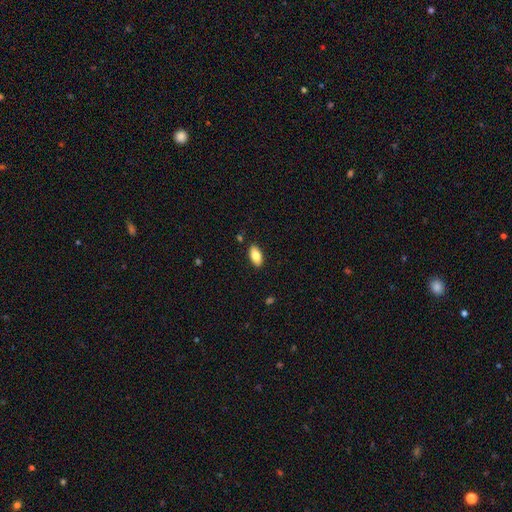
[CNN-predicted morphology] type=smooth (80%); roundness=in between (91%); merging=none (88%).